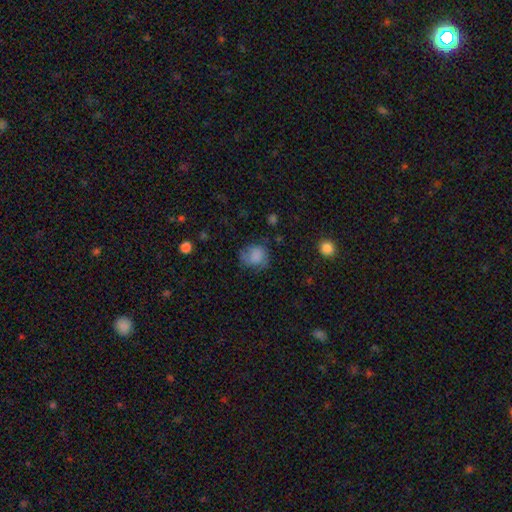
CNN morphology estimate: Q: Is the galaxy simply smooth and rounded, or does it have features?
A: smooth — 77%.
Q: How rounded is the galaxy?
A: round — 70%.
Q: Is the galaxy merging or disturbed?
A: none — 57%.